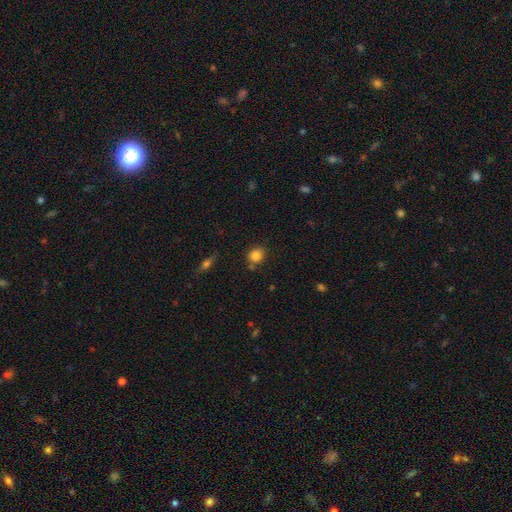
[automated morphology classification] smooth_or_featured: smooth (p=0.85) [alt: star or artifact p=0.10]
how_rounded: round (p=0.74) [alt: in between p=0.25]
merging: none (p=0.77) [alt: minor disturbance p=0.13]